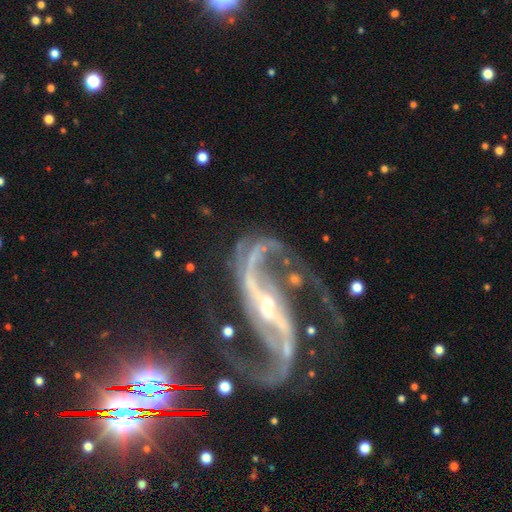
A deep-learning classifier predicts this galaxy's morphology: smooth_or_featured: featured or disk (p=0.88) [alt: star or artifact p=0.07]
disk_edge_on: no (p=0.93) [alt: yes p=0.07]
bar: strong (p=0.54) [alt: weak p=0.25]
has_spiral_arms: yes (p=0.87) [alt: no p=0.13]
spiral_winding: loose (p=0.68) [alt: medium p=0.24]
spiral_arm_count: 2 (p=0.75) [alt: 1 p=0.12]
bulge_size: small (p=0.53) [alt: moderate p=0.38]
merging: none (p=0.36) [alt: major disturbance p=0.34]